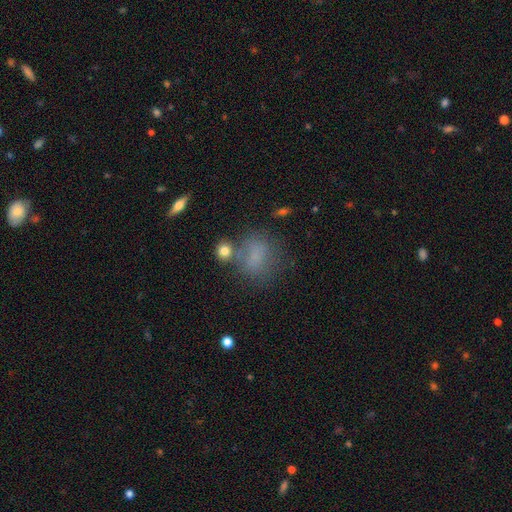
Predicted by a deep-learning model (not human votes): Morphology: type=smooth (69%); roundness=round (50%); merging=none (55%).